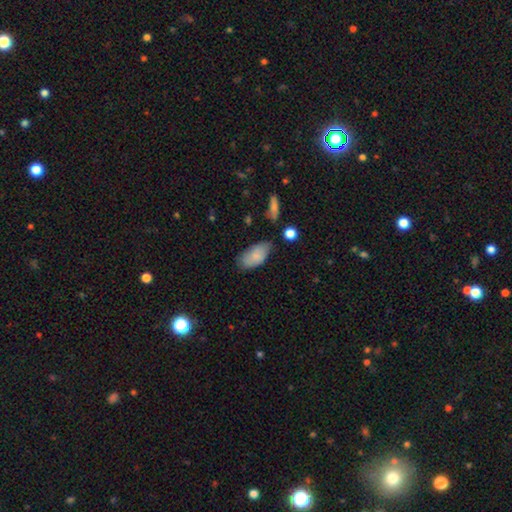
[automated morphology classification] smooth-or-featured: smooth: 81% | featured or disk: 12% | star or artifact: 7%
  how-rounded: in between: 93% | cigar-shaped: 4% | round: 3%
  merging: none: 63% | minor disturbance: 26% | major disturbance: 6% | merger: 4%